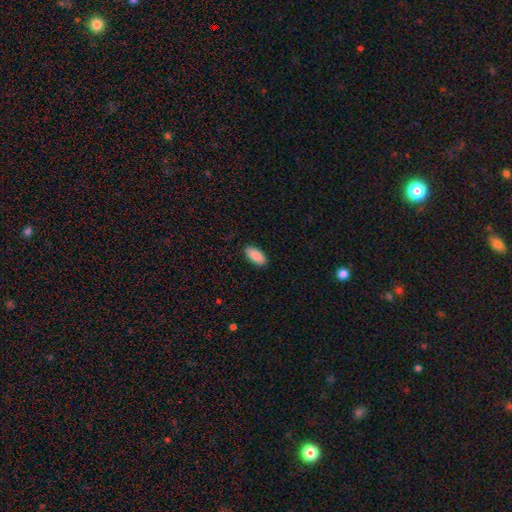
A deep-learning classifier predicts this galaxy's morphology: Smooth or featured? smooth (90%)
How rounded? in between (92%)
Merging? none (87%)